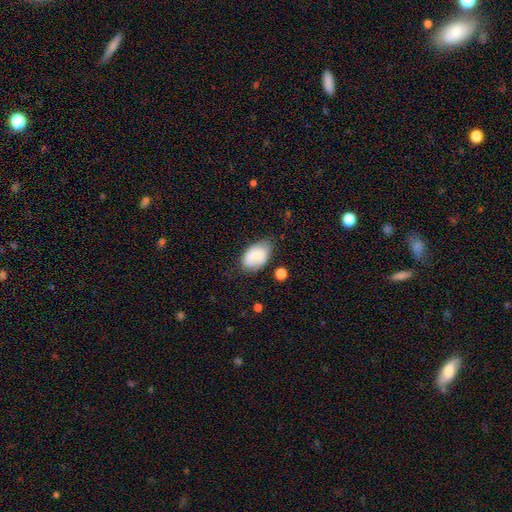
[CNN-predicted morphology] Smooth or featured: smooth — 69% (featured or disk — 23%)
How rounded: in between — 89% (round — 9%)
Merging: none — 58% (minor disturbance — 31%)